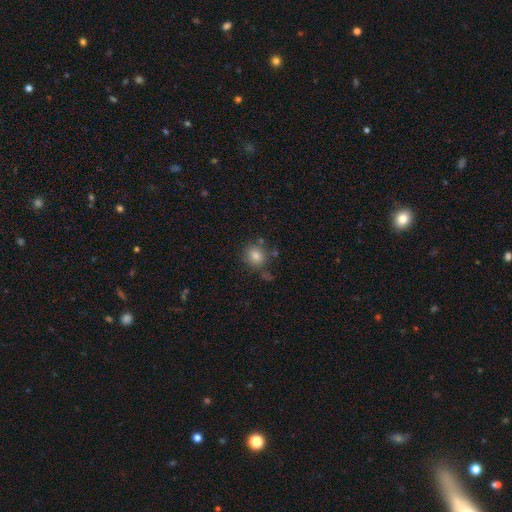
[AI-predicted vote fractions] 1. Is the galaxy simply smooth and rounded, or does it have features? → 80% smooth, 12% star or artifact, 8% featured or disk.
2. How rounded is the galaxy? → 83% round, 16% in between, 1% cigar-shaped.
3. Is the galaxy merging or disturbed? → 74% none, 14% minor disturbance, 8% merger, 4% major disturbance.